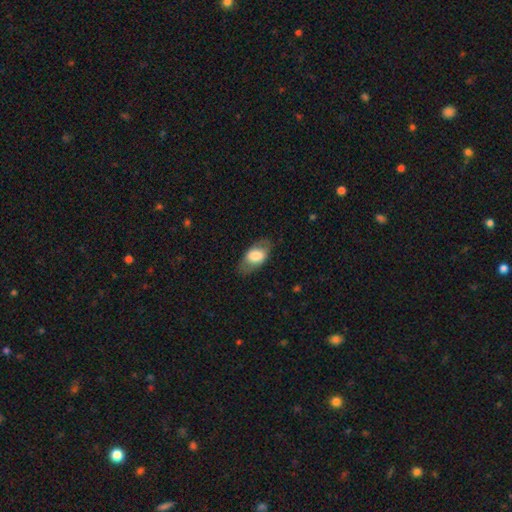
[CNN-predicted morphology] Overall: smooth (64%; featured or disk 29%). How rounded: in between (90%). Merging: none (75%).